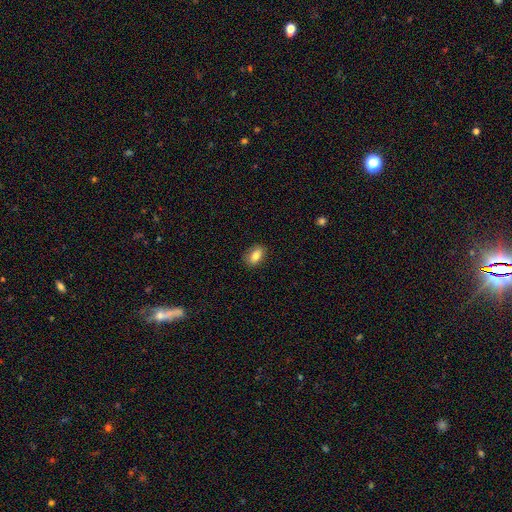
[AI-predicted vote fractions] Morphology: type=smooth (82%); roundness=in between (84%); merging=none (86%).